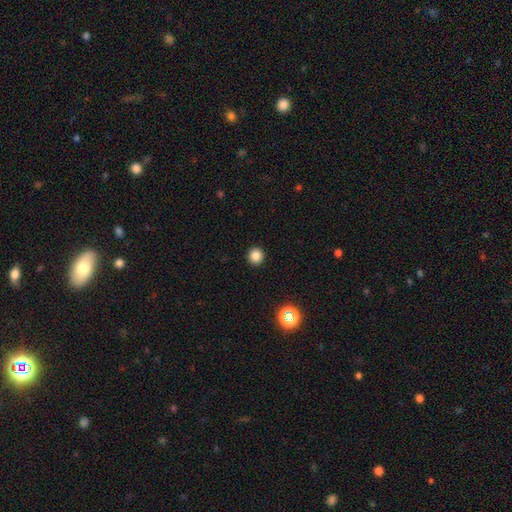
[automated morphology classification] smooth_or_featured: smooth (p=0.83) [alt: star or artifact p=0.13]
how_rounded: round (p=0.92) [alt: in between p=0.07]
merging: none (p=0.93) [alt: minor disturbance p=0.04]